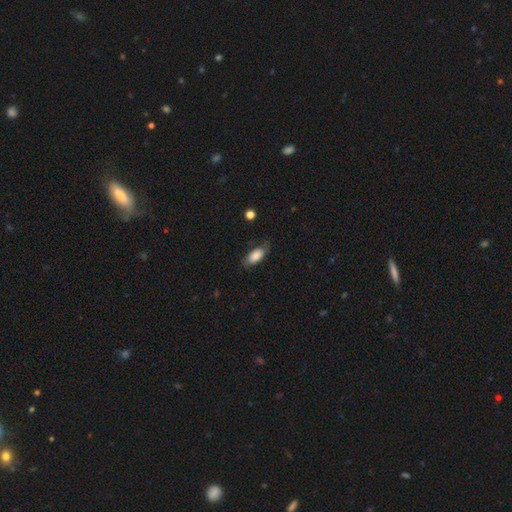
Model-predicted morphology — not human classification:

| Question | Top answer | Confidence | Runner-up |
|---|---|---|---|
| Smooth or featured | smooth | 80% | featured or disk (13%) |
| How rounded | in between | 87% | cigar-shaped (10%) |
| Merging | none | 70% | minor disturbance (23%) |